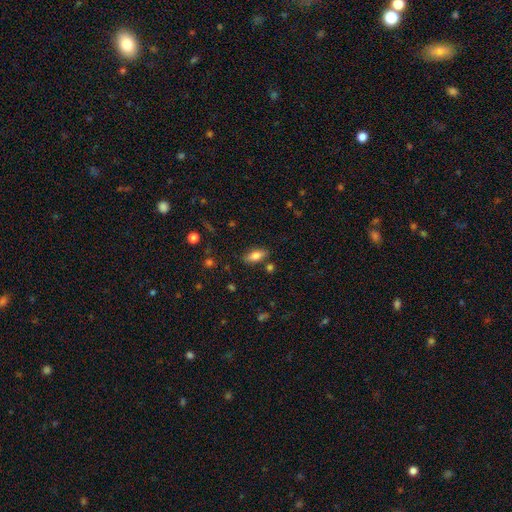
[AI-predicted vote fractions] Smooth or featured: smooth — 78% (featured or disk — 14%)
How rounded: in between — 83% (cigar-shaped — 14%)
Merging: none — 80% (minor disturbance — 12%)